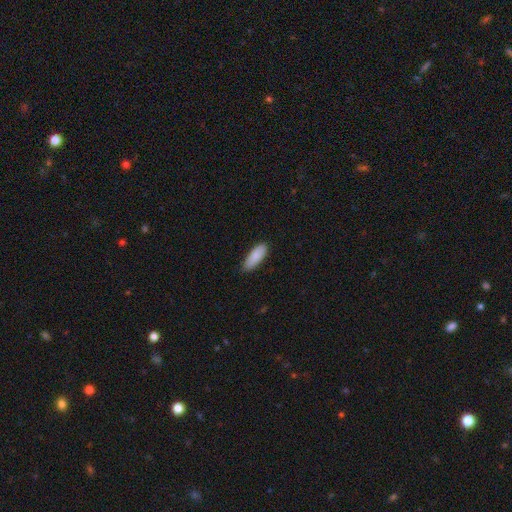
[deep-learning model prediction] A smooth galaxy with no disk features (87%) that is in between round and cigar-shaped (66%). Merging: none (82%).